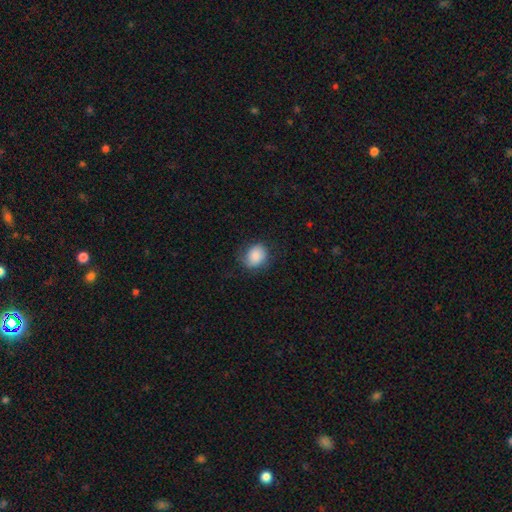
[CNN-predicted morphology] Q: Smooth or featured?
A: smooth (83%); runner-up: featured or disk (10%)
Q: How rounded?
A: round (57%); runner-up: in between (43%)
Q: Merging?
A: none (68%); runner-up: minor disturbance (22%)